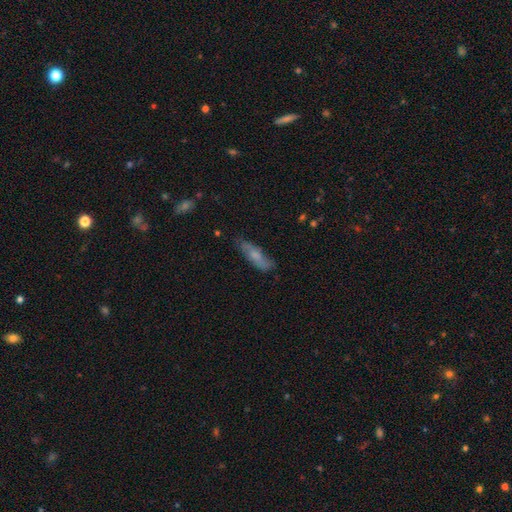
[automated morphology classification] Overall: smooth (59%; featured or disk 34%). How rounded: cigar-shaped (57%; in between 41%). Merging: none (68%).